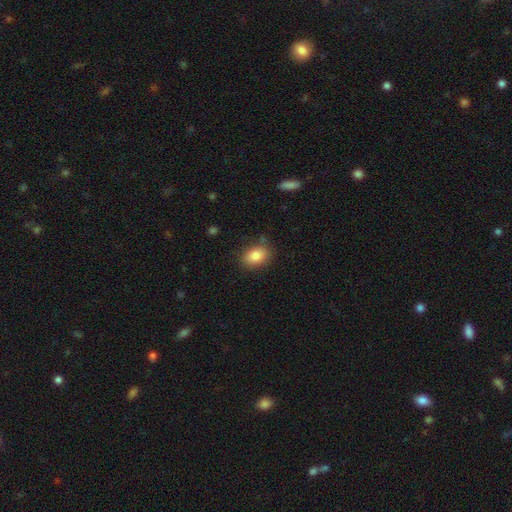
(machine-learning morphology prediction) Smooth or featured? Predicted: smooth (p=0.84). How rounded? Predicted: in between (p=0.78). Merging? Predicted: none (p=0.82).